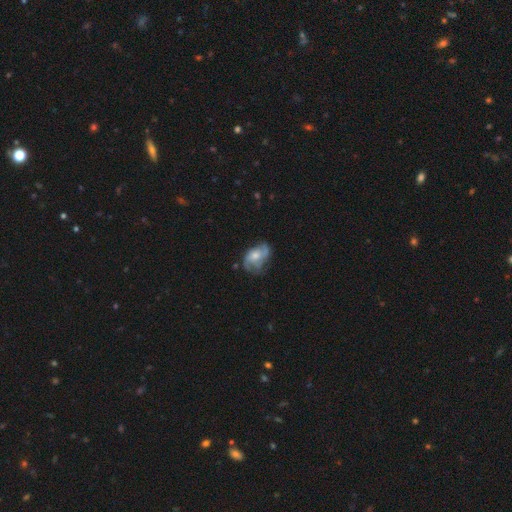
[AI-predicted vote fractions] A featured or disk galaxy (65%) with no bar (71%), 2 (39%) medium (43%) spiral arms (80%) and a moderate central bulge (51%).

Vote fractions:
- Smooth or featured? featured or disk: 65% / smooth: 27% / star or artifact: 8%
- Edge-on disk? no: 97% / yes: 3%
- Bar? no: 71% / weak: 24% / strong: 4%
- Spiral arms? yes: 80% / no: 20%
- Spiral winding? medium: 43% / loose: 35% / tight: 22%
- Spiral arm count? 2: 39% / 3: 25% / can't tell: 23% / 4: 6% / 1: 5% / more than 4: 3%
- Bulge size? moderate: 51% / small: 34% / large: 8% / none: 5% / dominant: 1%
- Merging? none: 53% / minor disturbance: 26% / major disturbance: 18% / merger: 3%